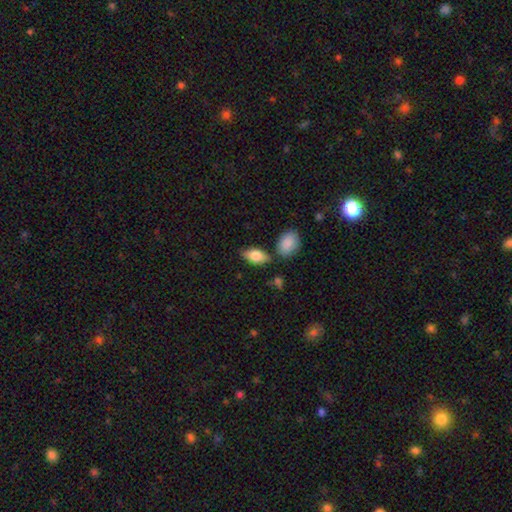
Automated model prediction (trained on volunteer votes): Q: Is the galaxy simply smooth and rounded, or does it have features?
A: smooth — 76%.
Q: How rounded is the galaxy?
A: in between — 89%.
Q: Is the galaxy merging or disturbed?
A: none — 74%.